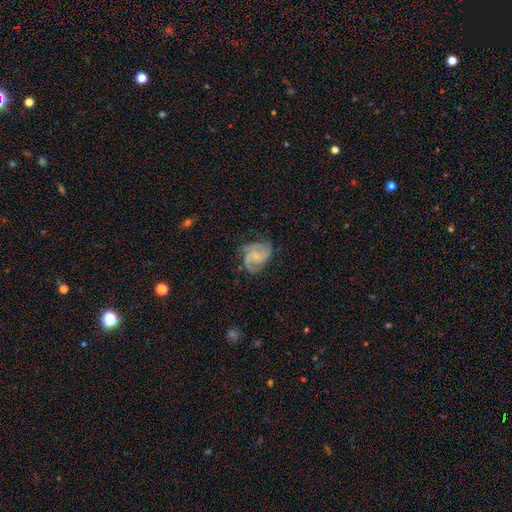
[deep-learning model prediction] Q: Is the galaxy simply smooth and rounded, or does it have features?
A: featured or disk — 77%.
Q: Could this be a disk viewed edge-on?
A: no — 98%.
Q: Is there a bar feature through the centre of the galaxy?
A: no — 69%.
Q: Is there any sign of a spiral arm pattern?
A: yes — 94%.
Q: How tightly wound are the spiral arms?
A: medium — 46%.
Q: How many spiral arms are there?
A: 2 — 39%.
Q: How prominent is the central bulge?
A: small — 66%.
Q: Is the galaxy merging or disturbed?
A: none — 58%.